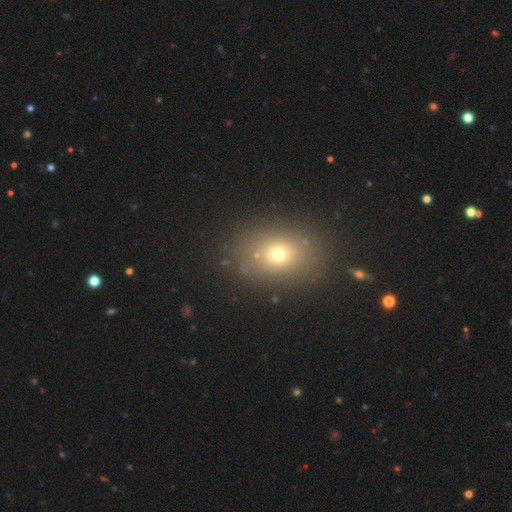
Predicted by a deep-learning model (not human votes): This is likely a smooth galaxy (66%). How rounded: possibly in between (52%). Merging: clearly none (82%).